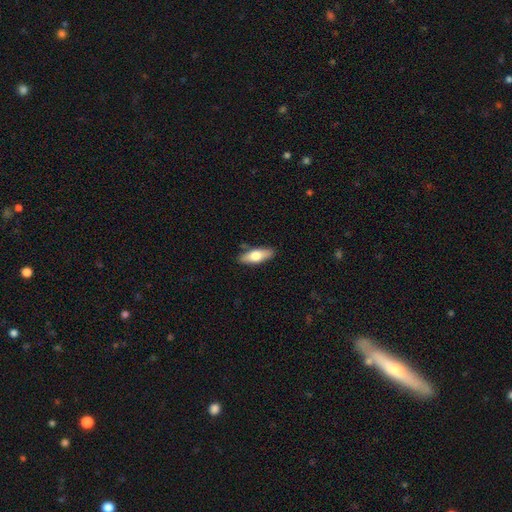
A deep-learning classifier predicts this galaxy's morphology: A smooth galaxy with no disk features (63%) that is in between round and cigar-shaped (63%).

Vote fractions:
- Smooth or featured? smooth: 63% / featured or disk: 32% / star or artifact: 6%
- How rounded? in between: 63% / cigar-shaped: 34% / round: 3%
- Merging? none: 84% / minor disturbance: 12% / merger: 2% / major disturbance: 2%